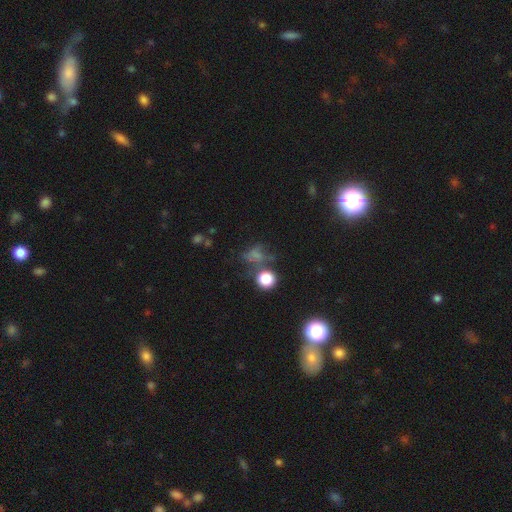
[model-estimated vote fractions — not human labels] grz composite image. It shows a smooth galaxy with no disk features (52%) that is round (63%). Merging: none (46%).